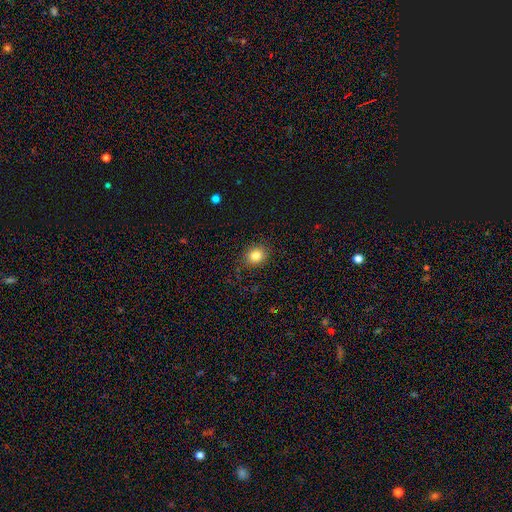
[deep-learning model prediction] Smooth or featured: smooth — 82% (star or artifact — 11%)
How rounded: round — 71% (in between — 29%)
Merging: none — 86% (minor disturbance — 10%)